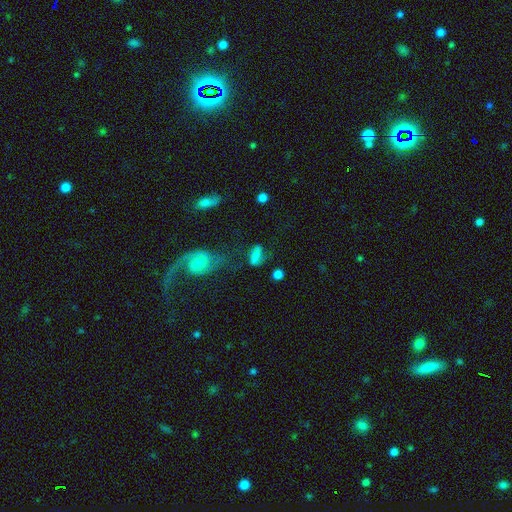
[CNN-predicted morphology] Q: Smooth or featured?
A: smooth (50%); runner-up: featured or disk (37%)
Q: Merging?
A: none (47%); runner-up: minor disturbance (22%)